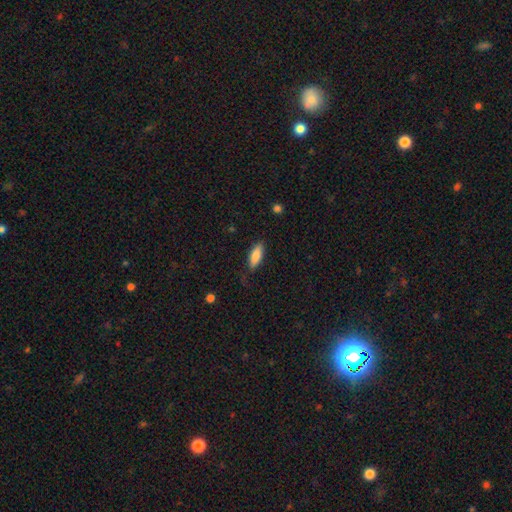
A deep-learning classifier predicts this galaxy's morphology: This appears to be a smooth galaxy with no disk features (83%) that is in between round and cigar-shaped (67%). Merging: none (76%).